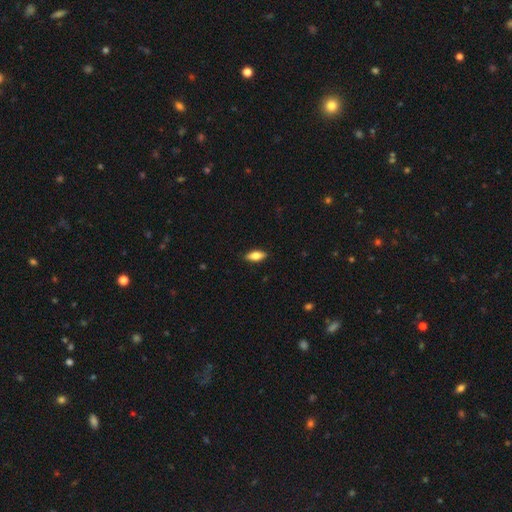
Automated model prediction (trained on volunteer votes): Smooth or featured?
  - smooth: 77% *
  - featured or disk: 17%
  - star or artifact: 6%
How rounded?
  - in between: 80% *
  - cigar-shaped: 17%
  - round: 2%
Merging?
  - none: 88% *
  - minor disturbance: 9%
  - major disturbance: 2%
  - merger: 1%